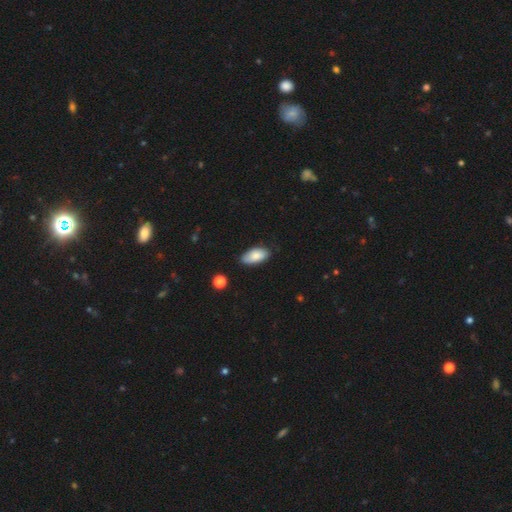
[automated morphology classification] Smooth or featured? smooth (79%)
How rounded? in between (93%)
Merging? none (74%)